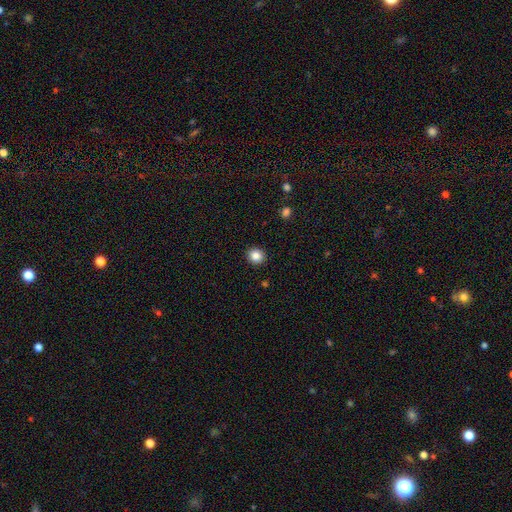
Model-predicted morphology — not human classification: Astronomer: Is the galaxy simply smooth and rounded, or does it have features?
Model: smooth — 86%.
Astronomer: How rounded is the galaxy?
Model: round — 86%.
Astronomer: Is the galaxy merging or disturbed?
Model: none — 92%.